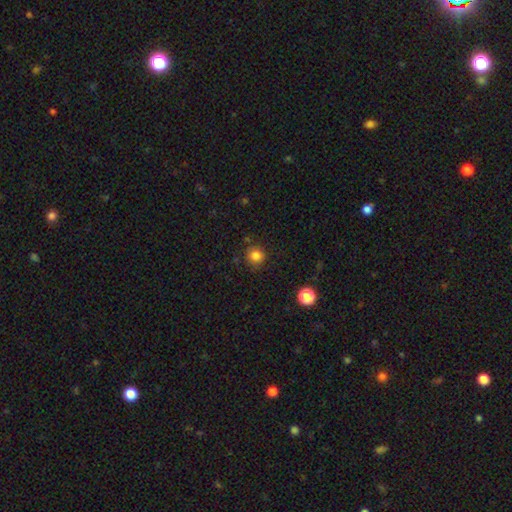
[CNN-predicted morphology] Smooth or featured: smooth — 83% (star or artifact — 12%)
How rounded: round — 91% (in between — 8%)
Merging: none — 86% (minor disturbance — 9%)